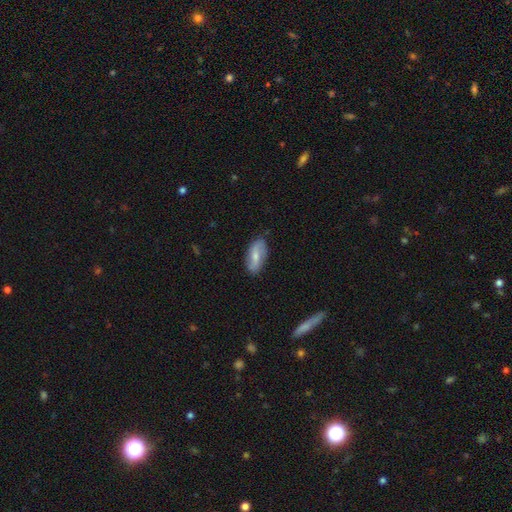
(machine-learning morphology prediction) A smooth galaxy with no disk features (51%) that is in between round and cigar-shaped (88%).

Vote fractions:
- Smooth or featured? smooth: 51% / featured or disk: 42% / star or artifact: 6%
- How rounded? in between: 88% / cigar-shaped: 9% / round: 4%
- Merging? none: 82% / minor disturbance: 14% / major disturbance: 3% / merger: 1%